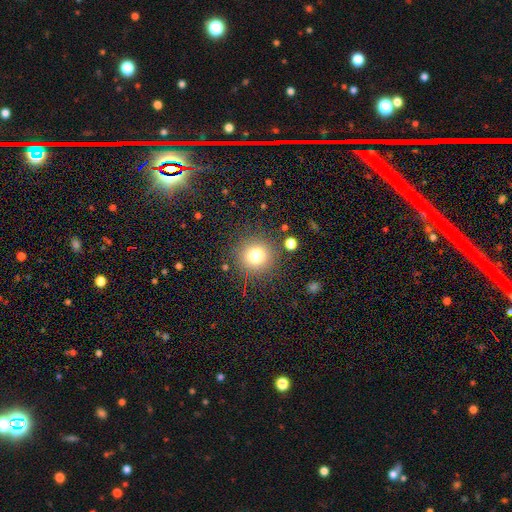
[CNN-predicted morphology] Smooth or featured? smooth (76%)
How rounded? round (94%)
Merging? none (86%)